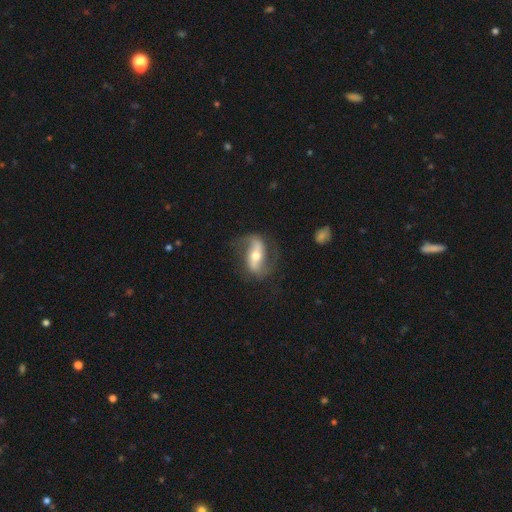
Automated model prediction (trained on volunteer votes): A featured or disk galaxy (79%) with a strong bar (49%), 2 (90%) loose (60%) spiral arms (91%) and a moderate central bulge (65%).

Vote fractions:
- Smooth or featured? featured or disk: 79% / smooth: 15% / star or artifact: 6%
- Edge-on disk? no: 91% / yes: 9%
- Bar? strong: 49% / weak: 26% / no: 25%
- Spiral arms? yes: 91% / no: 9%
- Spiral winding? loose: 60% / medium: 30% / tight: 10%
- Spiral arm count? 2: 90% / can't tell: 4% / 1: 3% / 3: 1% / 4: 1% / more than 4: 1%
- Bulge size? moderate: 65% / small: 26% / large: 6% / dominant: 1% / none: 1%
- Merging? none: 72% / minor disturbance: 16% / major disturbance: 10% / merger: 2%